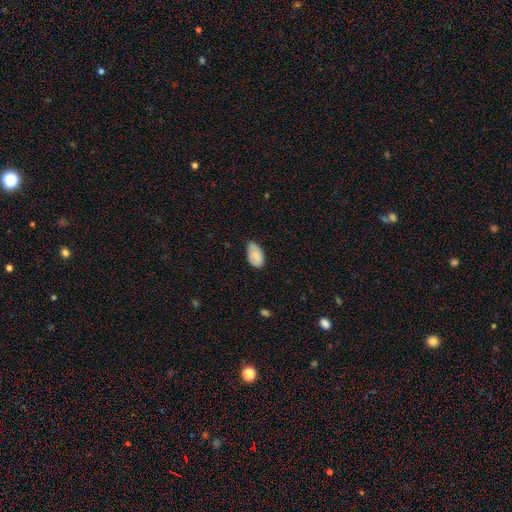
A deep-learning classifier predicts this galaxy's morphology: Overall: smooth (81%). How rounded: in between (93%). Merging: none (54%; minor disturbance 38%).